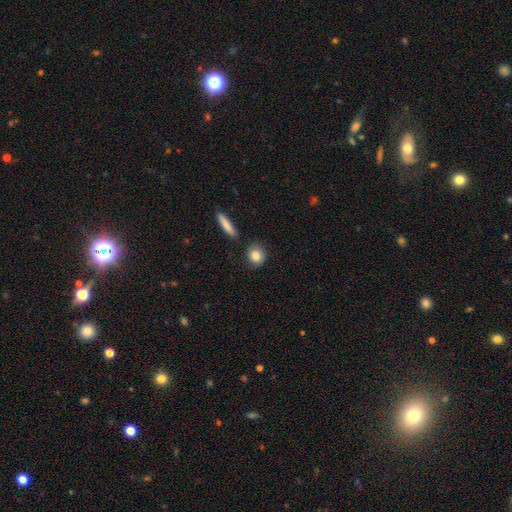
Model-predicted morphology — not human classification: Overall: smooth (84%). How rounded: round (68%; in between 29%). Merging: none (82%).